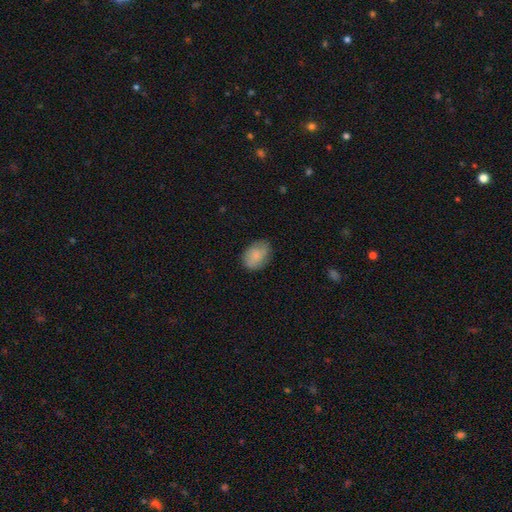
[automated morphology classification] The model was most divided on "how rounded": in between: 77%, round: 22%, cigar-shaped: 1%. More confident: smooth or featured — smooth (81%); merging — none (75%).